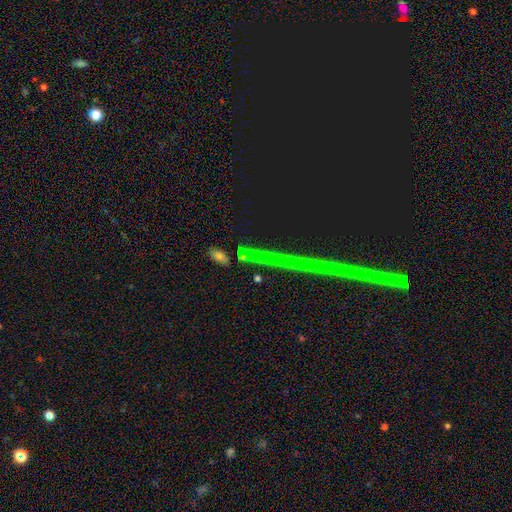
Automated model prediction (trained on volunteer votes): This is likely a star or artifact rather than a galaxy (64%).